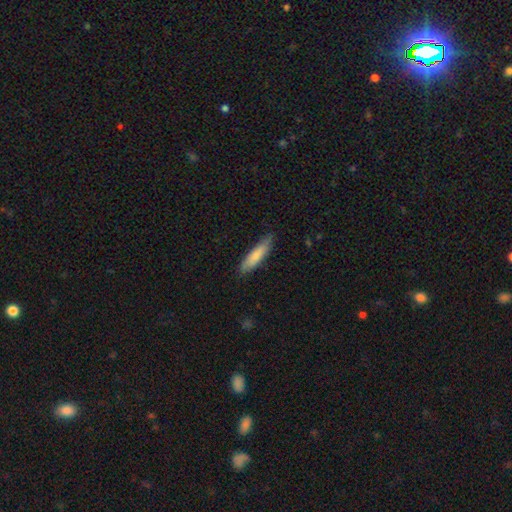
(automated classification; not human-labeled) Morphology: type=smooth (79%); roundness=cigar-shaped (74%); merging=none (79%).